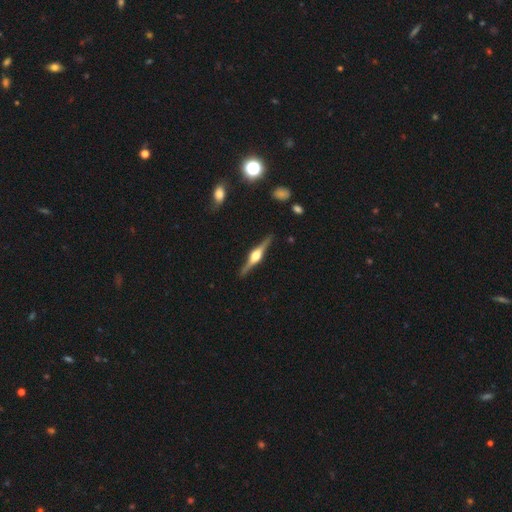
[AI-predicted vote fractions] Q: Smooth or featured?
A: featured or disk (84%); runner-up: smooth (11%)
Q: Edge-on disk?
A: yes (98%); runner-up: no (2%)
Q: Edge-on bulge?
A: rounded (92%); runner-up: boxy (6%)
Q: Merging?
A: none (90%); runner-up: minor disturbance (7%)